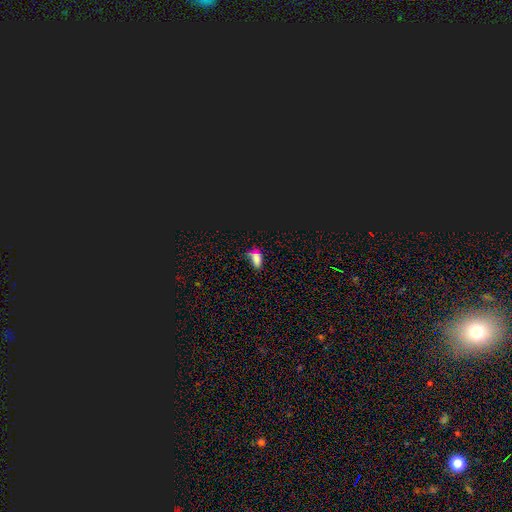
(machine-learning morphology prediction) The model was most divided on "merging": none: 46%, minor disturbance: 27%, major disturbance: 16%, merger: 11%. More confident: how rounded — in between (82%); smooth or featured — smooth (61%).